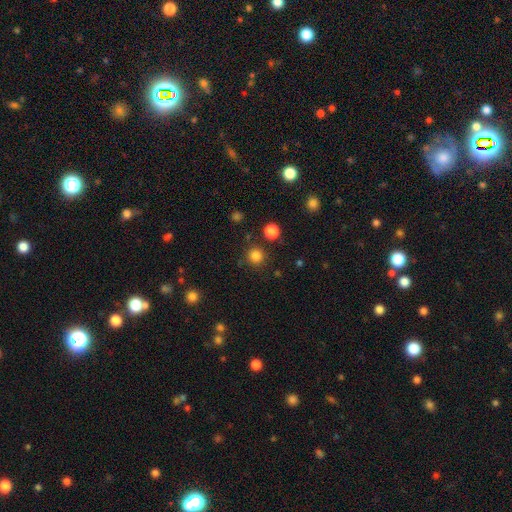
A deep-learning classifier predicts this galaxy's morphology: A smooth galaxy with no disk features (82%) that is round (94%).

Vote fractions:
- Smooth or featured? smooth: 82% / star or artifact: 14% / featured or disk: 4%
- How rounded? round: 94% / in between: 5% / cigar-shaped: 1%
- Merging? none: 87% / minor disturbance: 7% / merger: 4% / major disturbance: 3%